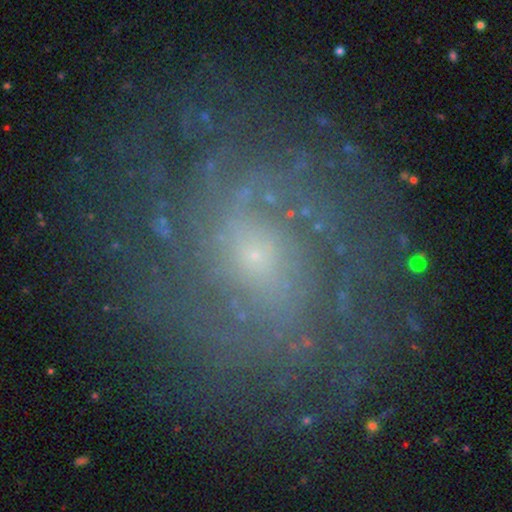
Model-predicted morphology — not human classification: Q: Smooth or featured?
A: featured or disk (81%); runner-up: star or artifact (10%)
Q: Edge-on disk?
A: no (97%); runner-up: yes (3%)
Q: Bar?
A: no (58%); runner-up: weak (35%)
Q: Spiral arms?
A: yes (92%); runner-up: no (8%)
Q: Spiral winding?
A: tight (54%); runner-up: medium (34%)
Q: Spiral arm count?
A: can't tell (42%); runner-up: 2 (17%)
Q: Bulge size?
A: small (77%); runner-up: moderate (17%)
Q: Merging?
A: none (77%); runner-up: minor disturbance (14%)